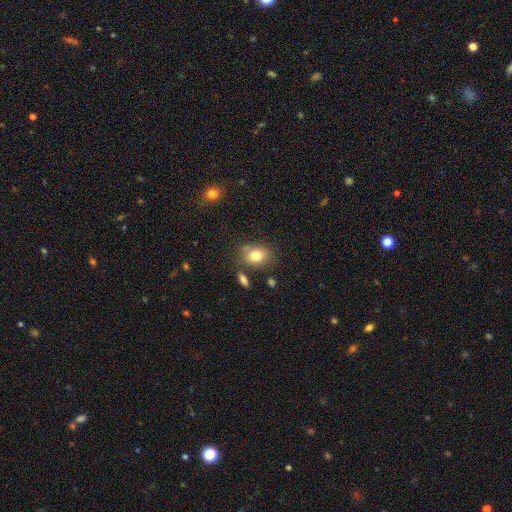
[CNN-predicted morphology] Smooth or featured: smooth — 80% (featured or disk — 11%)
How rounded: in between — 63% (round — 35%)
Merging: none — 67% (minor disturbance — 18%)